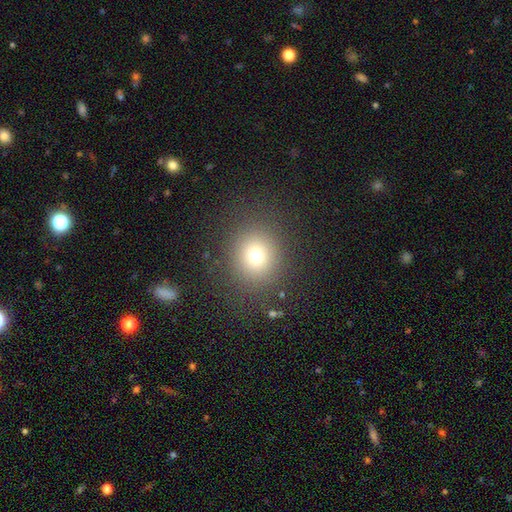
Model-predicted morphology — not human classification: smooth_or_featured: smooth (p=0.72) [alt: star or artifact p=0.18]
how_rounded: round (p=0.88) [alt: in between p=0.11]
merging: none (p=0.86) [alt: minor disturbance p=0.07]